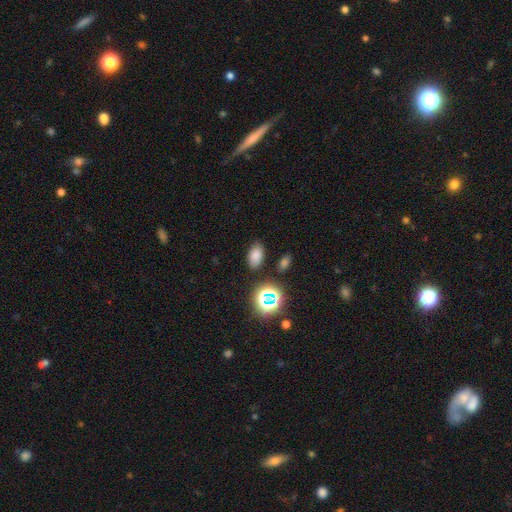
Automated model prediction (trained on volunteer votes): The model was most divided on "smooth or featured": smooth: 75%, star or artifact: 18%, featured or disk: 6%. More confident: how rounded — in between (89%); merging — none (83%).